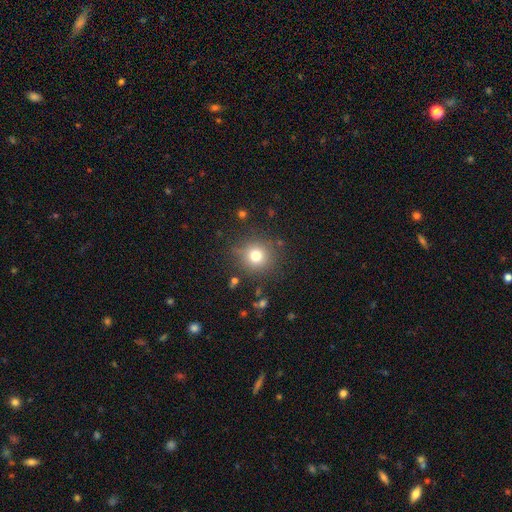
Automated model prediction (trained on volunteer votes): The model was most divided on "smooth or featured": smooth: 75%, star or artifact: 15%, featured or disk: 10%. More confident: how rounded — round (92%); merging — none (84%).